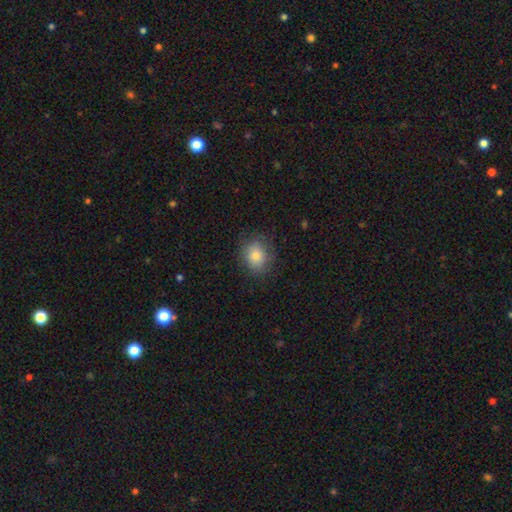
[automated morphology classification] type=smooth (79%); roundness=round (66%); merging=none (80%).